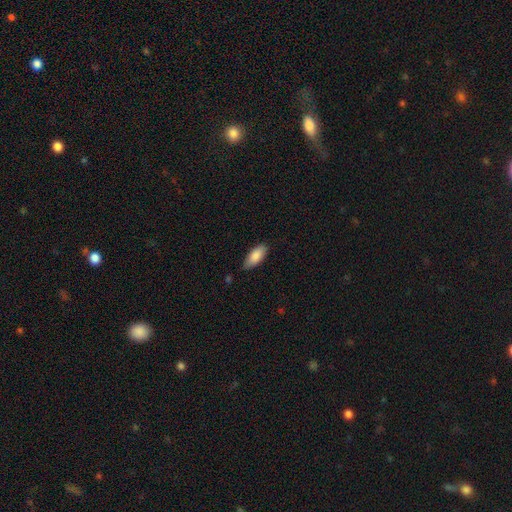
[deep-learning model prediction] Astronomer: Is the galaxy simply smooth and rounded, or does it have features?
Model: smooth — 86%.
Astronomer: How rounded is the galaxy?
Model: in between — 85%.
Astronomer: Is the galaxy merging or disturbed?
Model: none — 78%.